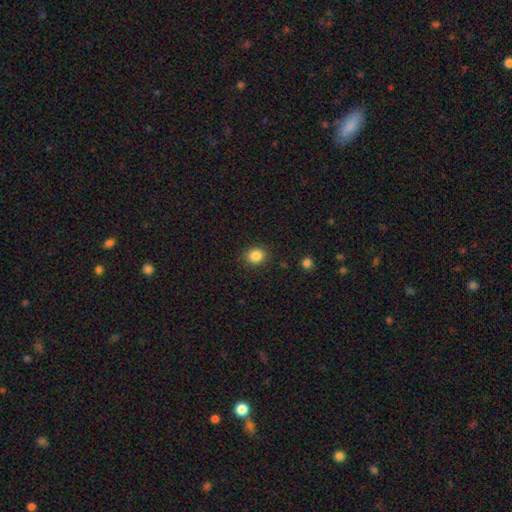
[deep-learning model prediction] smooth-or-featured: smooth: 86% | star or artifact: 11% | featured or disk: 4%
  how-rounded: round: 81% | in between: 19% | cigar-shaped: 1%
  merging: none: 88% | minor disturbance: 8% | major disturbance: 2% | merger: 1%